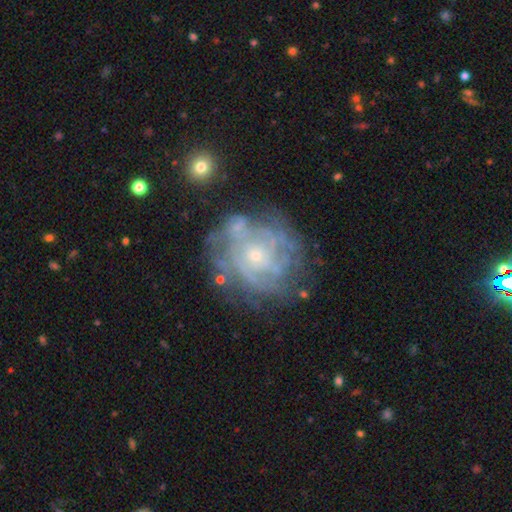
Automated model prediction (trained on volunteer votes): This is likely a featured or disk galaxy (80%). It is clearly not viewed edge-on (97%). Bar: clearly no (83%). Spiral arm pattern: likely yes (79%). Spiral arm count: possibly can't tell (52%). Spiral winding: likely tight (67%). Central bulge: likely small (75%). Merging: likely none (64%).